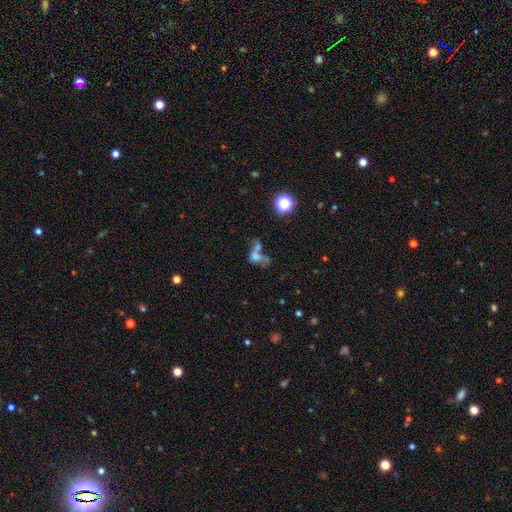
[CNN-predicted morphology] The model was most divided on "how rounded": in between: 59%, round: 37%, cigar-shaped: 4%. More confident: merging — merger (61%); smooth or featured — smooth (55%).